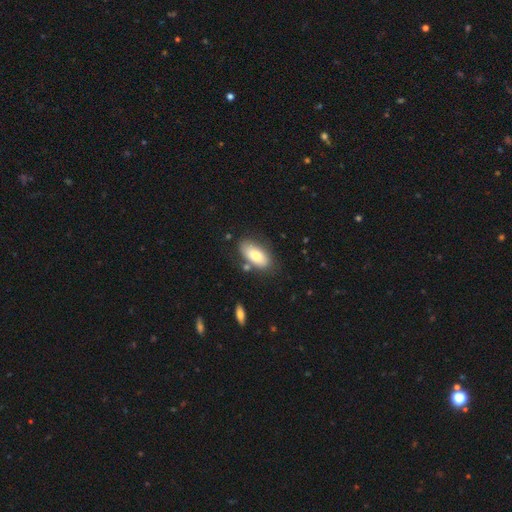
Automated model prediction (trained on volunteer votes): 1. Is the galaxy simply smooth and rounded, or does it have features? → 75% smooth, 18% featured or disk, 7% star or artifact.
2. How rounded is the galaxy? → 91% in between, 6% cigar-shaped, 3% round.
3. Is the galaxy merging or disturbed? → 70% none, 17% minor disturbance, 8% merger, 5% major disturbance.